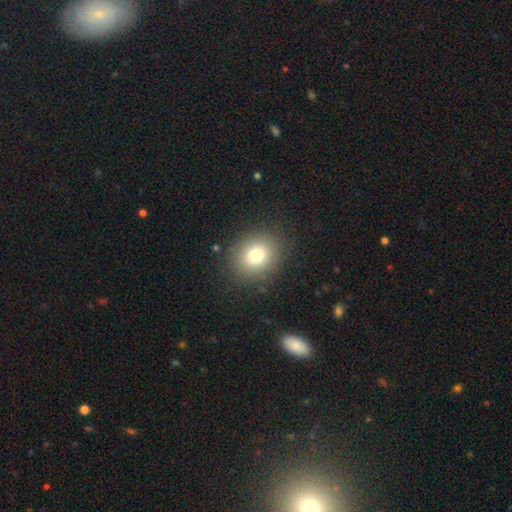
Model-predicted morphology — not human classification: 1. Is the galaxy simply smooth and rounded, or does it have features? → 78% smooth, 12% star or artifact, 10% featured or disk.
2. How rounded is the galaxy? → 65% round, 34% in between, 1% cigar-shaped.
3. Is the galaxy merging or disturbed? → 87% none, 8% minor disturbance, 3% major disturbance, 1% merger.